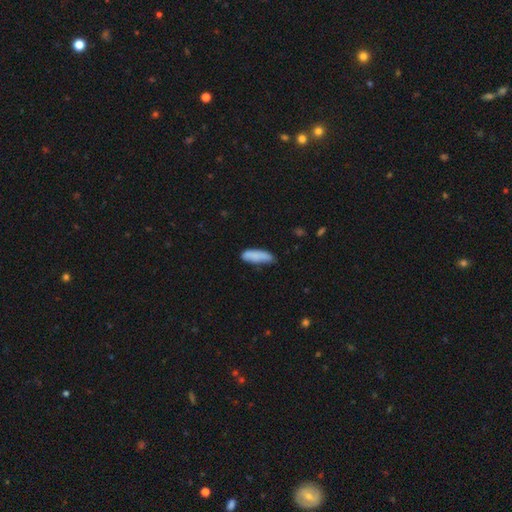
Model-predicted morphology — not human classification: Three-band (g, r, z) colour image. It shows a smooth galaxy with no disk features (83%) that is cigar-shaped (50%). Merging: none (56%).